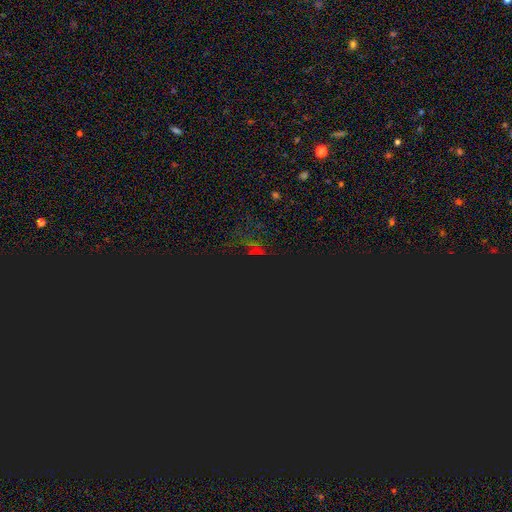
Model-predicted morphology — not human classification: Q: Smooth or featured?
A: star or artifact (80%); runner-up: smooth (12%)